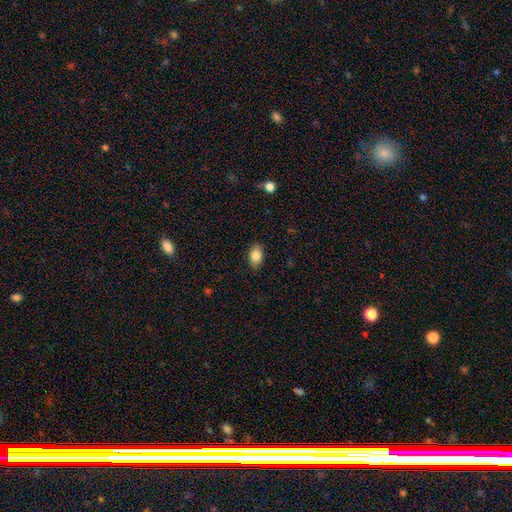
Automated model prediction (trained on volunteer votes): Overall: smooth (84%). How rounded: in between (87%). Merging: none (87%).